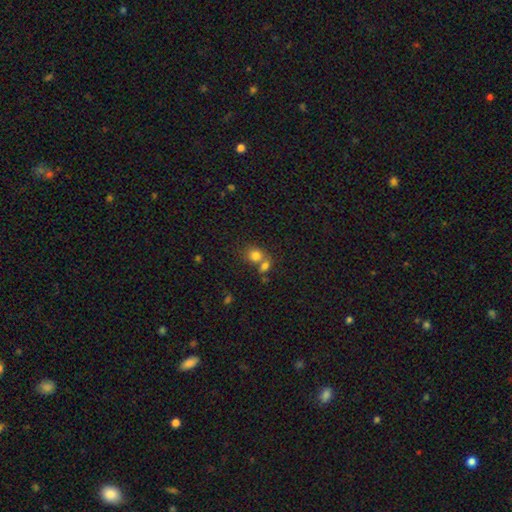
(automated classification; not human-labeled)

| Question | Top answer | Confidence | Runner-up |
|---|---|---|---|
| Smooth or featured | smooth | 79% | star or artifact (11%) |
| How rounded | round | 67% | in between (32%) |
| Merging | merger | 47% | none (40%) |